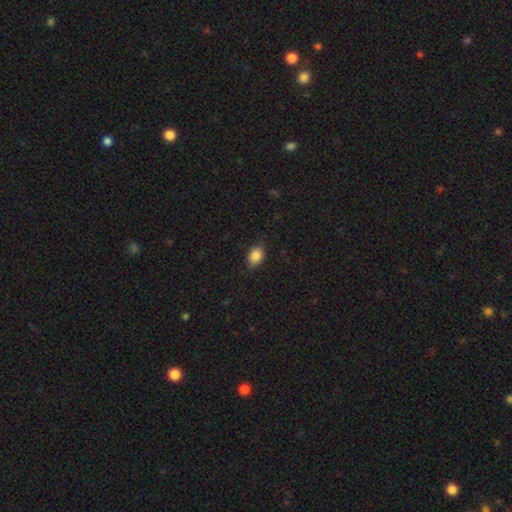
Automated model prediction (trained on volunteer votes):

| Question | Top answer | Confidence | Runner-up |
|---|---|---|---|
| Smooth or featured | smooth | 87% | star or artifact (9%) |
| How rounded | in between | 73% | round (26%) |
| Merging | none | 84% | minor disturbance (12%) |